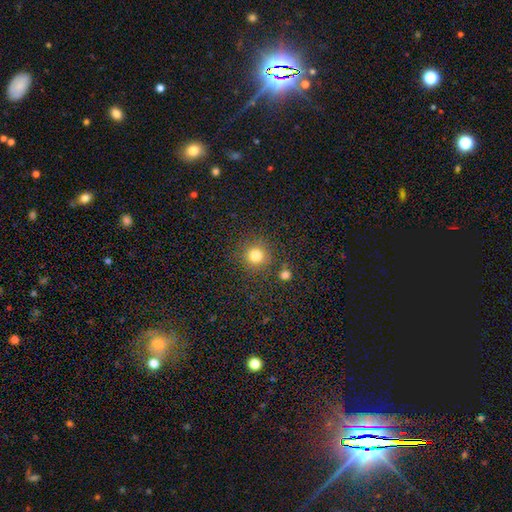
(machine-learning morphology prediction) This is clearly a smooth galaxy (81%). How rounded: clearly round (93%). Merging: clearly none (84%).